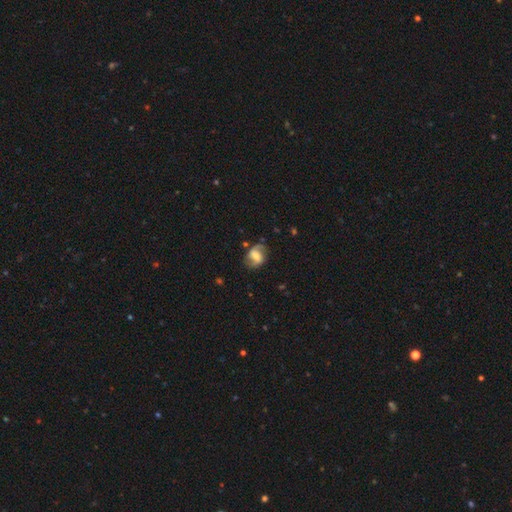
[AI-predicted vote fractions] This is likely a featured or disk galaxy (71%). It is clearly not viewed edge-on (97%). Bar: possibly weak (47%). Spiral arm pattern: clearly yes (91%). Spiral arm count: clearly 2 (89%). Spiral winding: marginally loose (42%, tied with medium). Central bulge: possibly moderate (47%). Merging: likely none (73%).